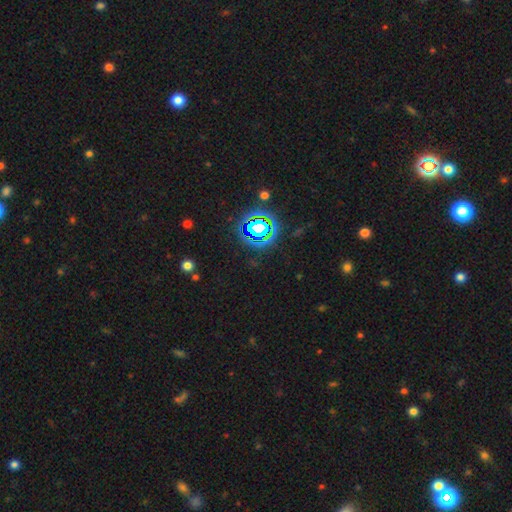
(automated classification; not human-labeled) smooth-or-featured: star or artifact: 79% | smooth: 13% | featured or disk: 8%